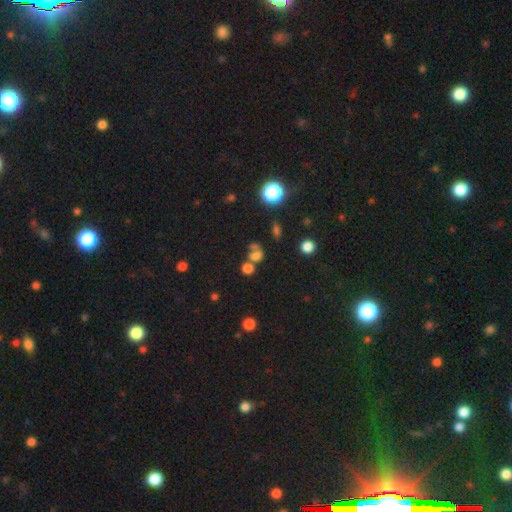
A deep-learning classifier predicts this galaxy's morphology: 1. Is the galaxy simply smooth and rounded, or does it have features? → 65% smooth, 24% star or artifact, 12% featured or disk.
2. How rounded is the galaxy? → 62% round, 36% in between, 2% cigar-shaped.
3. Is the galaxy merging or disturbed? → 42% merger, 38% none, 11% minor disturbance, 9% major disturbance.